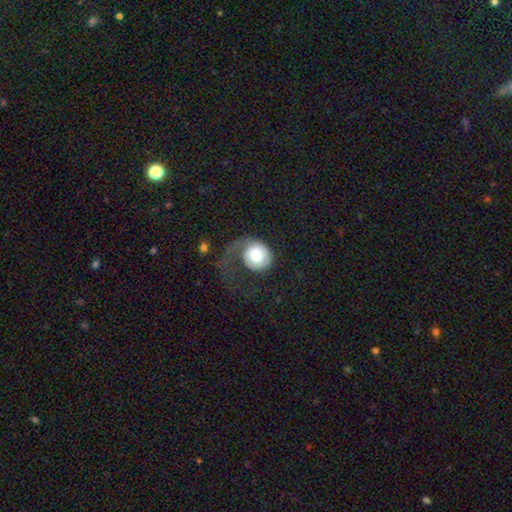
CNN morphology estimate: This appears to be a smooth galaxy with no disk features (56%) that is round (80%). Merging: major disturbance (57%).